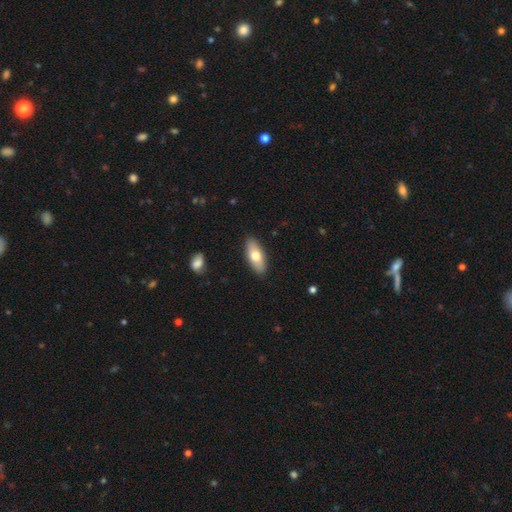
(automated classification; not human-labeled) smooth_or_featured: smooth (p=0.70) [alt: featured or disk p=0.24]
how_rounded: in between (p=0.80) [alt: cigar-shaped p=0.17]
merging: none (p=0.89) [alt: minor disturbance p=0.08]